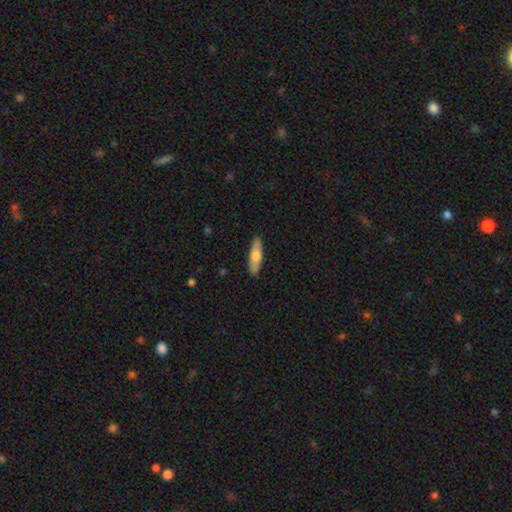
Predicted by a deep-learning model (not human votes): smooth-or-featured: smooth: 61% | featured or disk: 33% | star or artifact: 5%
  how-rounded: cigar-shaped: 56% | in between: 42% | round: 2%
  merging: none: 87% | minor disturbance: 10% | major disturbance: 2% | merger: 1%